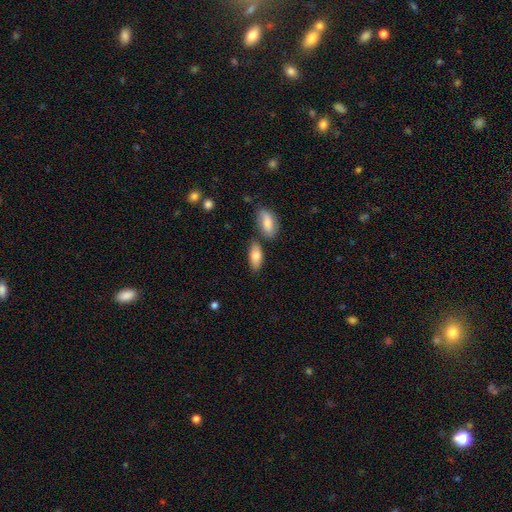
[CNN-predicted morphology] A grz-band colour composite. It shows a smooth galaxy with no disk features (81%) that is in between round and cigar-shaped (86%). Merging: none (68%).